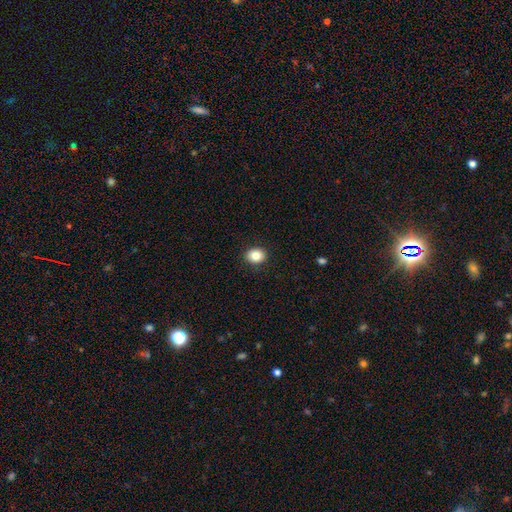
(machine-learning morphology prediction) This appears to be a smooth galaxy with no disk features (84%) that is round (57%). Merging: none (91%).